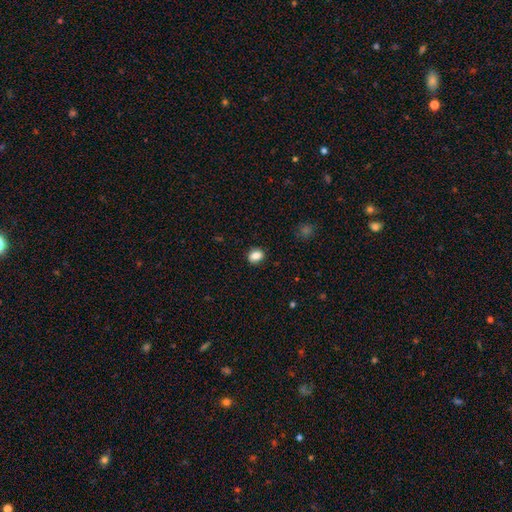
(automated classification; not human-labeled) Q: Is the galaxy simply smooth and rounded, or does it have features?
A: smooth — 87%.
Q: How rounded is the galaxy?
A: in between — 59%.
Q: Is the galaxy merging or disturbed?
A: none — 87%.